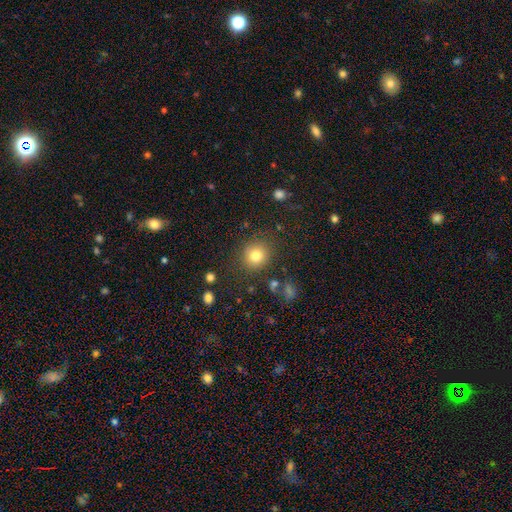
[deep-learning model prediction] Overall: smooth (81%). How rounded: round (87%). Merging: none (85%).